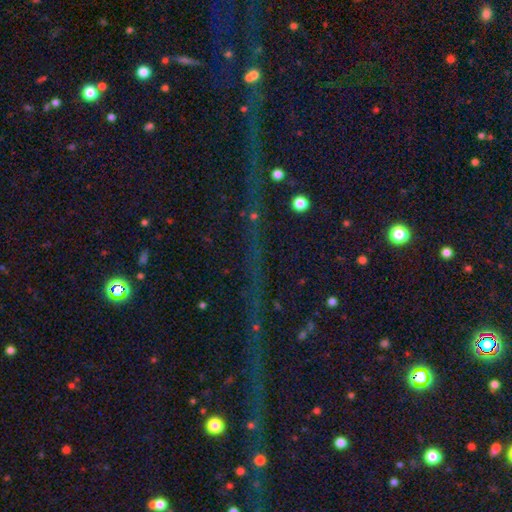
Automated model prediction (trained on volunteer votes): This is clearly a star or artifact rather than a galaxy (82%).